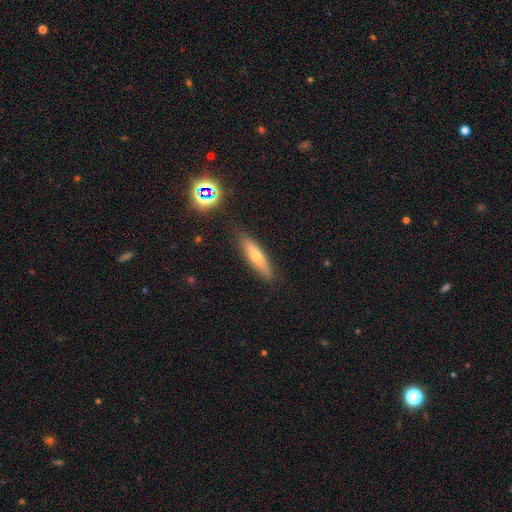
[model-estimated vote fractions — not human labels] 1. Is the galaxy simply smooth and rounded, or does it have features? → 57% smooth, 33% featured or disk, 9% star or artifact.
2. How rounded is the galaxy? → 75% cigar-shaped, 23% in between, 2% round.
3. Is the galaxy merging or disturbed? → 85% none, 10% minor disturbance, 2% major disturbance, 2% merger.